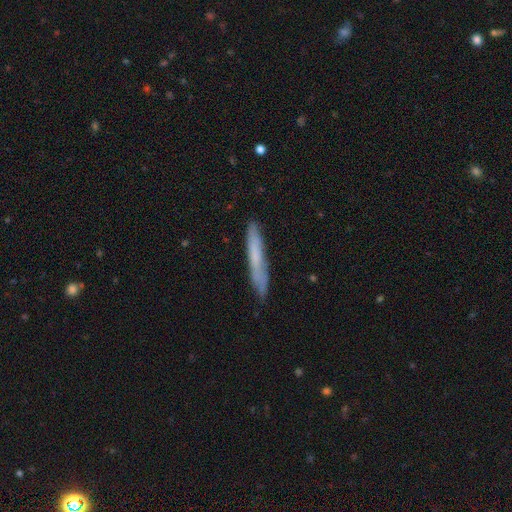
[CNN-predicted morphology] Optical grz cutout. It shows a smooth galaxy with no disk features (57%) that is cigar-shaped (94%). Merging: none (80%).